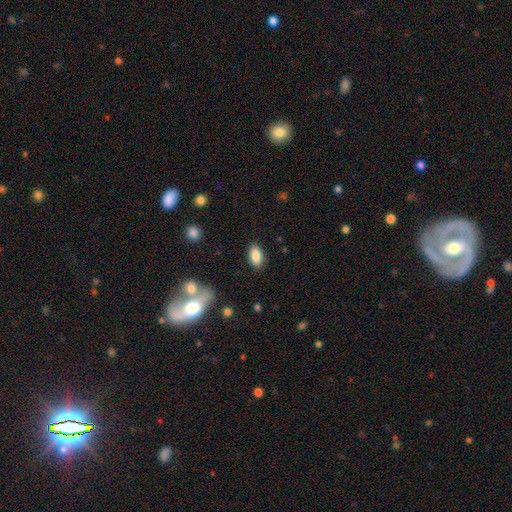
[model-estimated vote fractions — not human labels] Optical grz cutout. It shows a smooth galaxy with no disk features (86%) that is in between round and cigar-shaped (90%). Merging: none (86%).